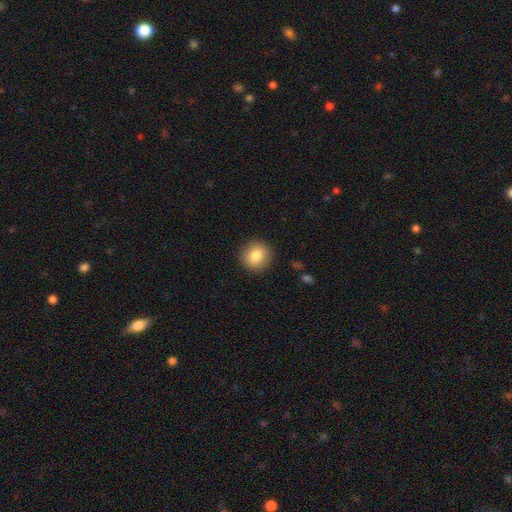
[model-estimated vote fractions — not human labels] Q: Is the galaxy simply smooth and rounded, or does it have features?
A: smooth — 83%.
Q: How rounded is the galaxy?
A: round — 90%.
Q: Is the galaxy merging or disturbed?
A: none — 90%.